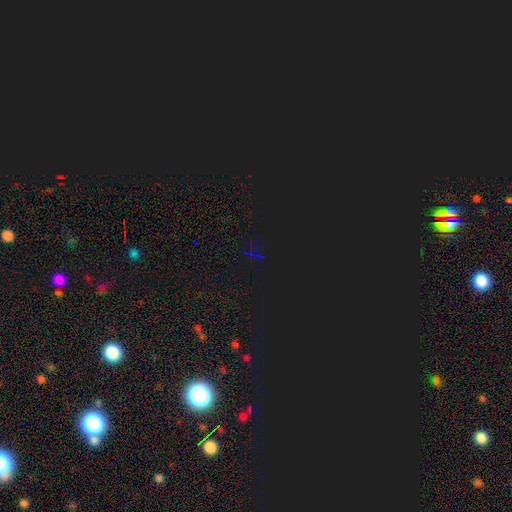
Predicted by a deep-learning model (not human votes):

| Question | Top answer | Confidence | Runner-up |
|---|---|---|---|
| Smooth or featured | star or artifact | 84% | smooth (9%) |